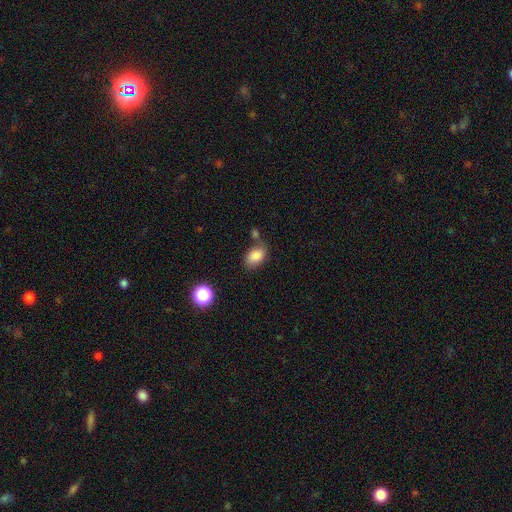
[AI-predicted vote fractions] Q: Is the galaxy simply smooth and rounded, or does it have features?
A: smooth — 85%.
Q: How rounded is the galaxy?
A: in between — 87%.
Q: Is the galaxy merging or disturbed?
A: none — 66%.